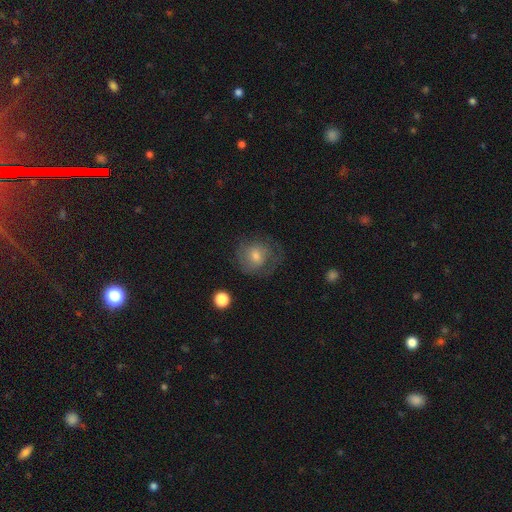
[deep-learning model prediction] This appears to be a smooth galaxy with no disk features (48%). Merging: none (61%).